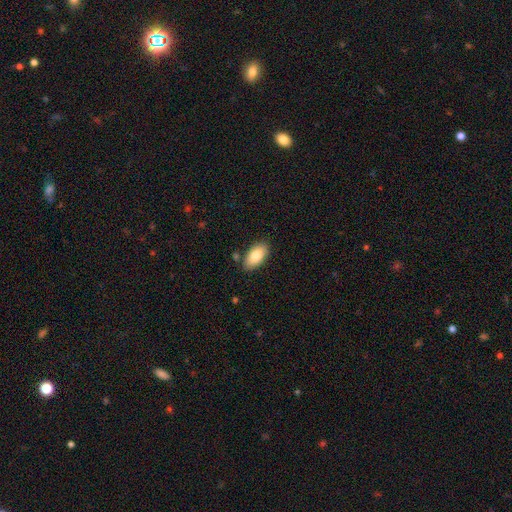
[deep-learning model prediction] Overall: smooth (82%). How rounded: in between (94%). Merging: none (84%).